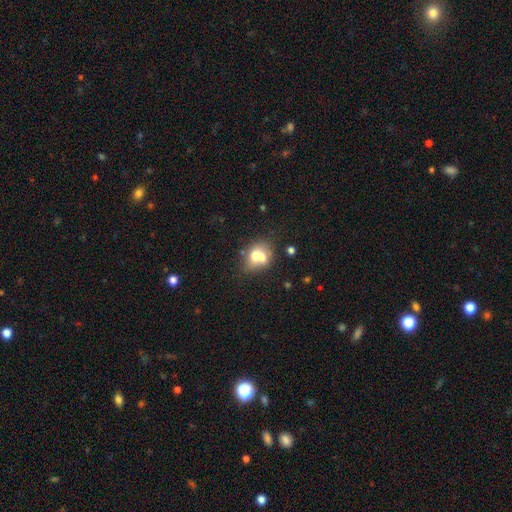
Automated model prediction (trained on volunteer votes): Smooth or featured? Predicted: smooth (p=0.63). How rounded? Predicted: round (p=0.52). Merging? Predicted: merger (p=0.56).